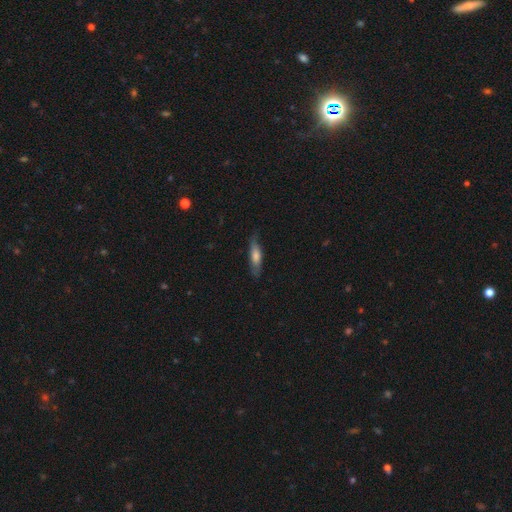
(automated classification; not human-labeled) This is likely a smooth galaxy (61%). How rounded: likely cigar-shaped (65%). Merging: likely none (74%).